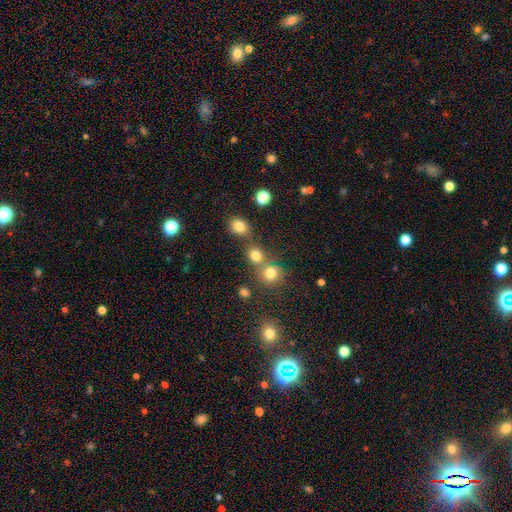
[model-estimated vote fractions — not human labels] smooth 77%, star or artifact 16%, featured or disk 7%. Down the decision tree: how rounded — round (80%); merging — none (61%).